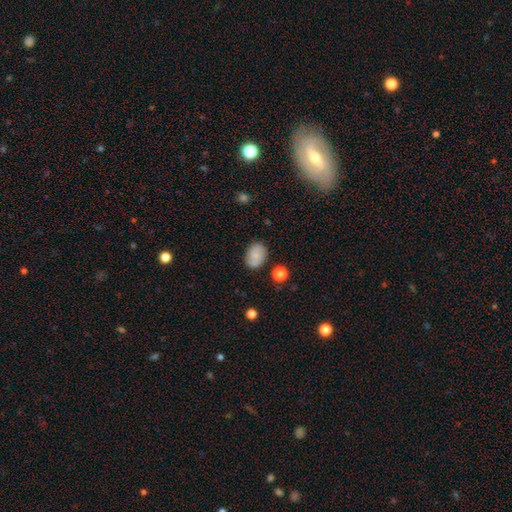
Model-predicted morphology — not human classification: This appears to be a smooth galaxy with no disk features (76%) that is in between round and cigar-shaped (73%). Merging: none (81%).